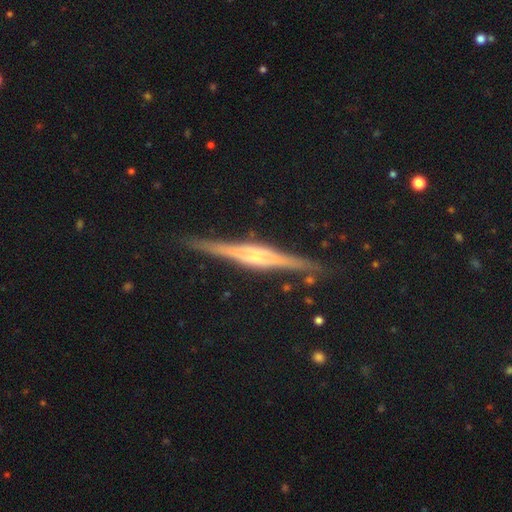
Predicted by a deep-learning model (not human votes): The model was most divided on "edge-on bulge": rounded: 56%, boxy: 36%, none: 9%. More confident: edge-on disk — yes (98%); merging — none (89%); smooth or featured — featured or disk (84%).